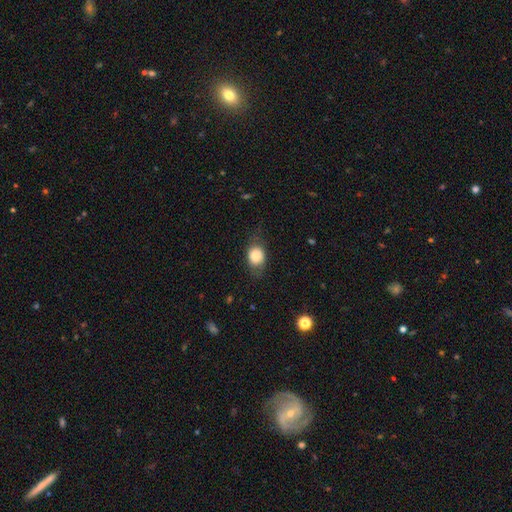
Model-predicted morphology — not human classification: A smooth galaxy with no disk features (80%) that is in between round and cigar-shaped (54%).

Vote fractions:
- Smooth or featured? smooth: 80% / featured or disk: 12% / star or artifact: 8%
- How rounded? in between: 54% / round: 45% / cigar-shaped: 2%
- Merging? none: 69% / minor disturbance: 22% / major disturbance: 9% / merger: 1%